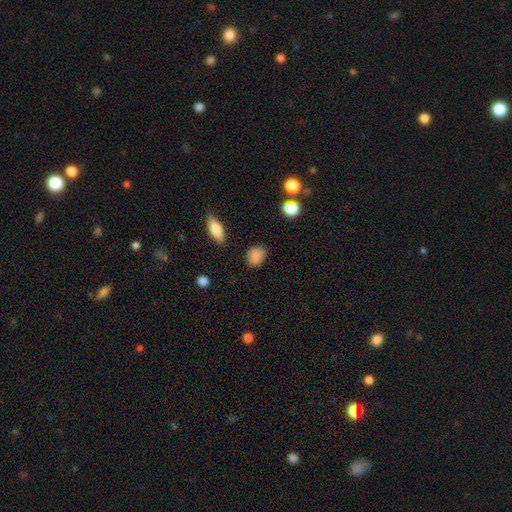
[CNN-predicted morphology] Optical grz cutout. It shows a smooth galaxy with no disk features (86%) that is in between round and cigar-shaped (57%). Merging: none (78%).